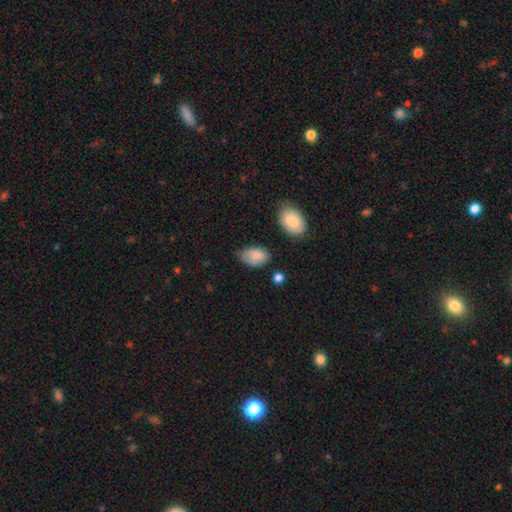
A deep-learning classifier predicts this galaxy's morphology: Q: Smooth or featured?
A: smooth (83%); runner-up: featured or disk (10%)
Q: How rounded?
A: in between (92%); runner-up: round (7%)
Q: Merging?
A: none (63%); runner-up: minor disturbance (28%)